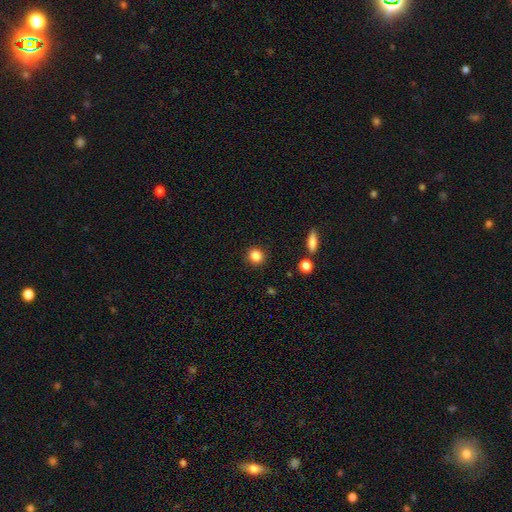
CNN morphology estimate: Overall: smooth (86%). How rounded: round (88%). Merging: none (90%).